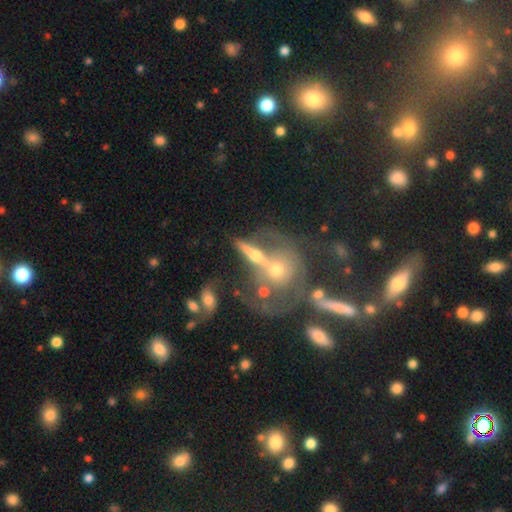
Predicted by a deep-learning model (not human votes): A featured or disk galaxy (63%) viewed edge-on (67%). Merging: merger (38%).